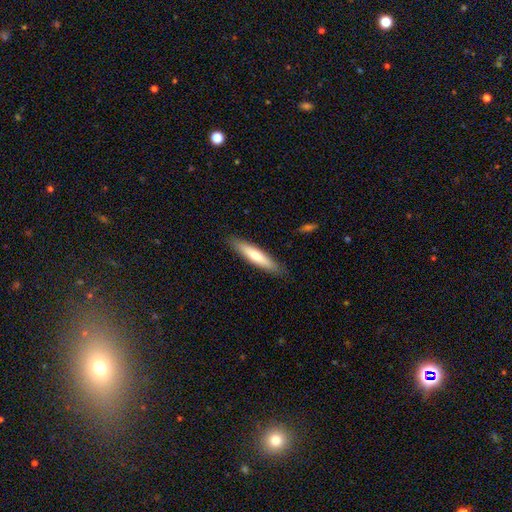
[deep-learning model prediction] Smooth or featured: smooth — 68% (featured or disk — 27%)
How rounded: cigar-shaped — 86% (in between — 13%)
Merging: none — 88% (minor disturbance — 9%)